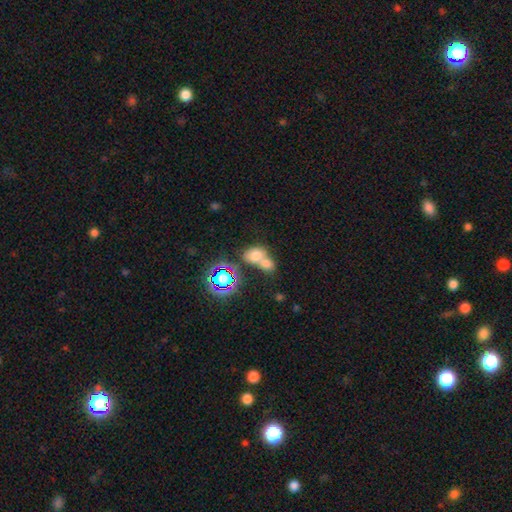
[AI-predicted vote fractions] smooth_or_featured: smooth (p=0.68) [alt: star or artifact p=0.18]
how_rounded: in between (p=0.60) [alt: round p=0.38]
merging: merger (p=0.64) [alt: none p=0.25]